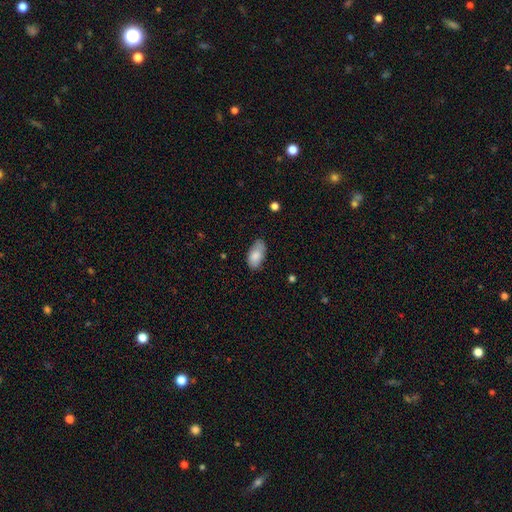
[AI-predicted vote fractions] Morphology: type=smooth (82%); roundness=in between (94%); merging=none (67%).